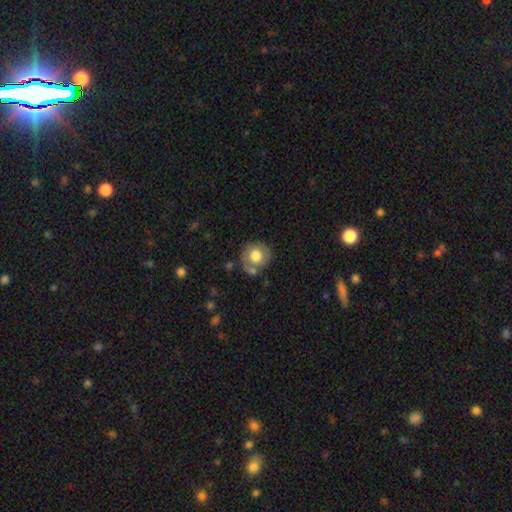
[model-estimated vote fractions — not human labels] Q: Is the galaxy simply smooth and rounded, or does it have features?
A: smooth — 70%.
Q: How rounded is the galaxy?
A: round — 84%.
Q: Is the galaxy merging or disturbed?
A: none — 65%.